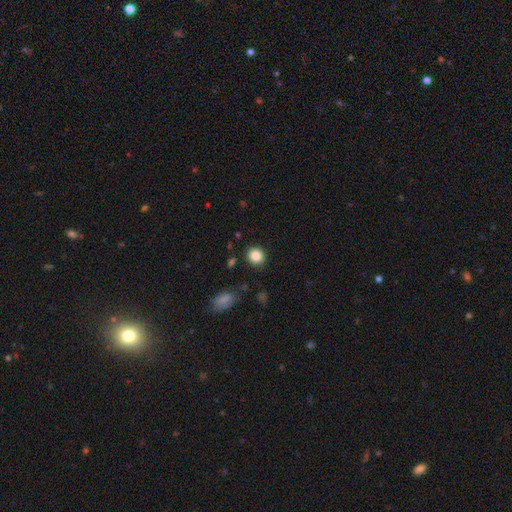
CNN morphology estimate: A smooth galaxy with no disk features (86%) that is round (84%). Merging: none (88%).